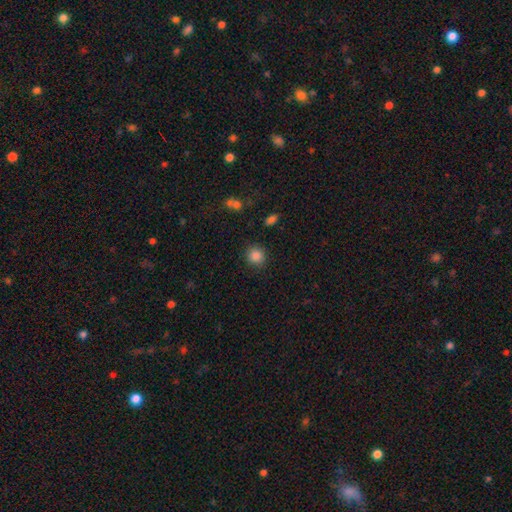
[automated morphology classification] smooth-or-featured: smooth: 85% | star or artifact: 11% | featured or disk: 4%
  how-rounded: round: 88% | in between: 11% | cigar-shaped: 1%
  merging: none: 88% | minor disturbance: 7% | major disturbance: 3% | merger: 2%